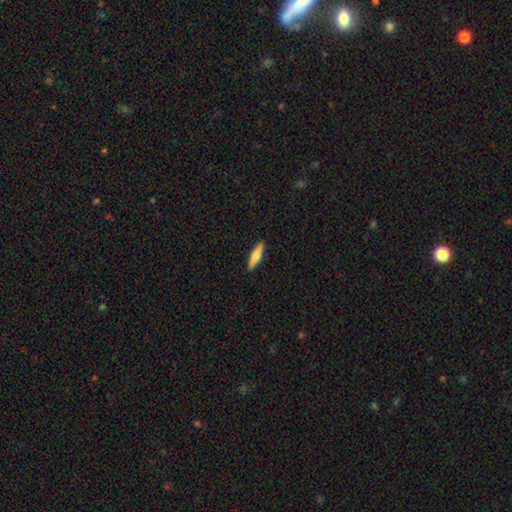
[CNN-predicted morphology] Smooth or featured: smooth — 58% (featured or disk — 36%)
How rounded: cigar-shaped — 76% (in between — 22%)
Merging: none — 91% (minor disturbance — 7%)